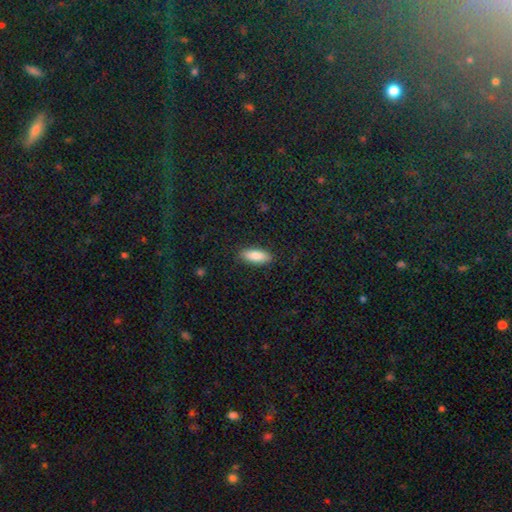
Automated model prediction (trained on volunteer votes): Q: Smooth or featured?
A: smooth (86%); runner-up: featured or disk (8%)
Q: How rounded?
A: in between (72%); runner-up: cigar-shaped (26%)
Q: Merging?
A: none (88%); runner-up: minor disturbance (8%)